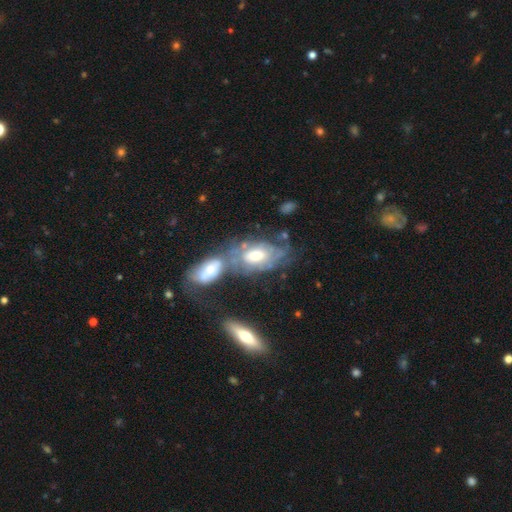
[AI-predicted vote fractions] A featured or disk galaxy (71%) with no bar (64%), spiral arms (77%) and a moderate central bulge (59%). Merging: none (39%).